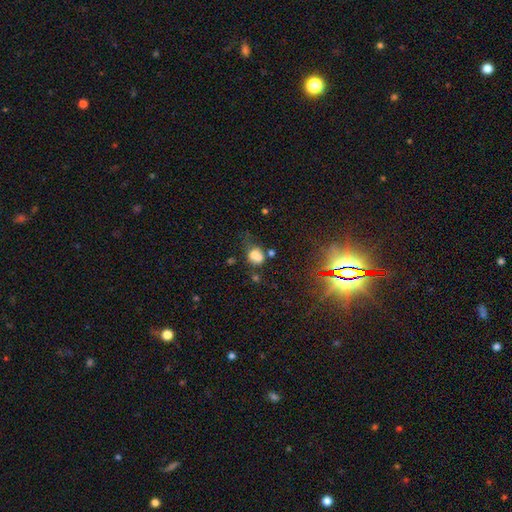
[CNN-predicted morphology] A smooth galaxy with no disk features (68%) that is round (57%). Merging: merger (34%).